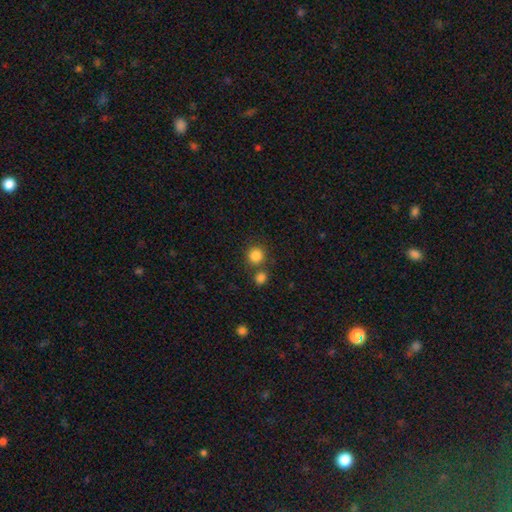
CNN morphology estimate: smooth-or-featured: smooth: 84% | star or artifact: 11% | featured or disk: 5%
  how-rounded: round: 91% | in between: 8% | cigar-shaped: 1%
  merging: none: 69% | merger: 20% | minor disturbance: 7% | major disturbance: 3%